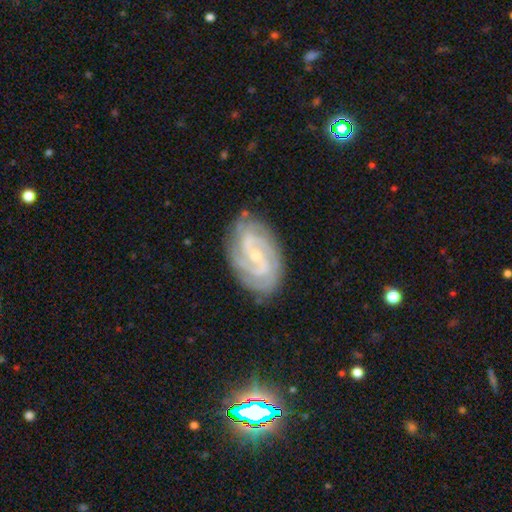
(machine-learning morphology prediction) Smooth or featured? Predicted: featured or disk (p=0.88). Edge-on disk? Predicted: no (p=0.97). Bar? Predicted: weak (p=0.46). Spiral arms? Predicted: yes (p=0.98). Spiral winding? Predicted: tight (p=0.58). Spiral arm count? Predicted: 2 (p=0.48). Bulge size? Predicted: small (p=0.75). Merging? Predicted: none (p=0.81).